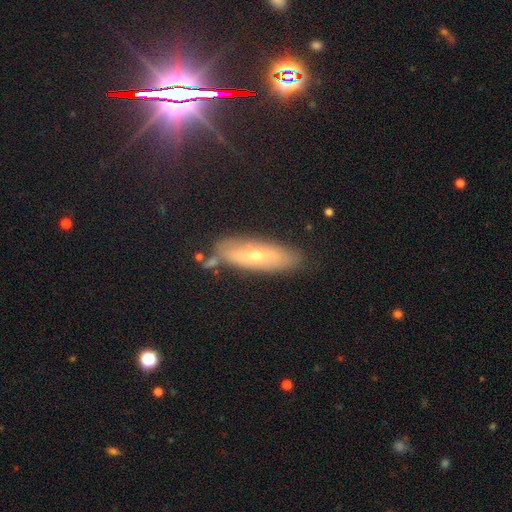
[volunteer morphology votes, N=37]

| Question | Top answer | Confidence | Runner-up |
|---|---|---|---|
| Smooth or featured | featured or disk | 51% | smooth (41%) |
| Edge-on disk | no | 63% | yes (37%) |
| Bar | no | 75% | weak (25%) |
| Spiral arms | no | 83% | yes (17%) |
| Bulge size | small | 75% | moderate (25%) |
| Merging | none | 59% | minor disturbance (29%) |